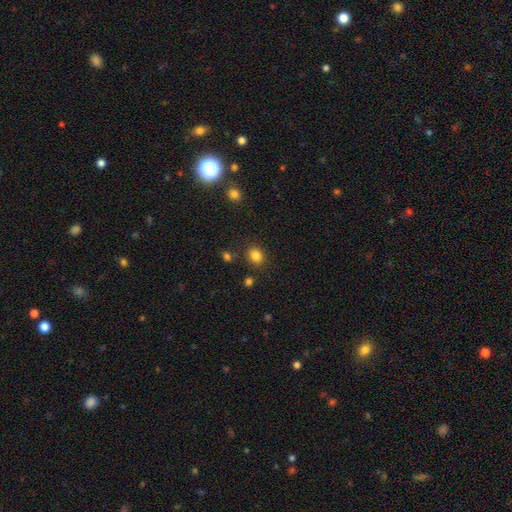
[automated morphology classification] Smooth or featured? Predicted: smooth (p=0.83). How rounded? Predicted: round (p=0.65). Merging? Predicted: none (p=0.84).